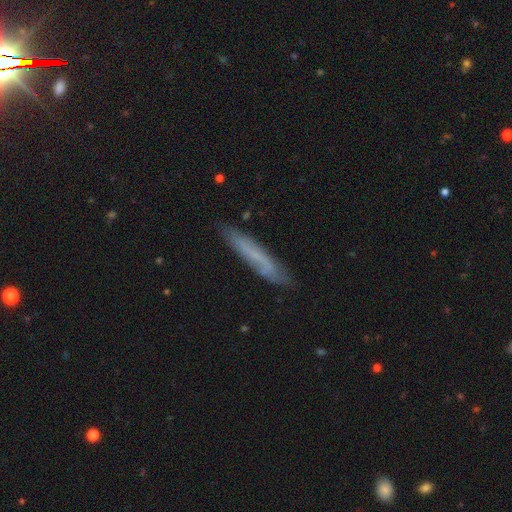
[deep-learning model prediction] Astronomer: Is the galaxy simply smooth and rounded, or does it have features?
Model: smooth — 53% (runner-up: featured or disk, 39%).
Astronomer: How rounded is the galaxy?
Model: cigar-shaped — 92%.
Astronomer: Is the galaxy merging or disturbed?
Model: none — 78%.